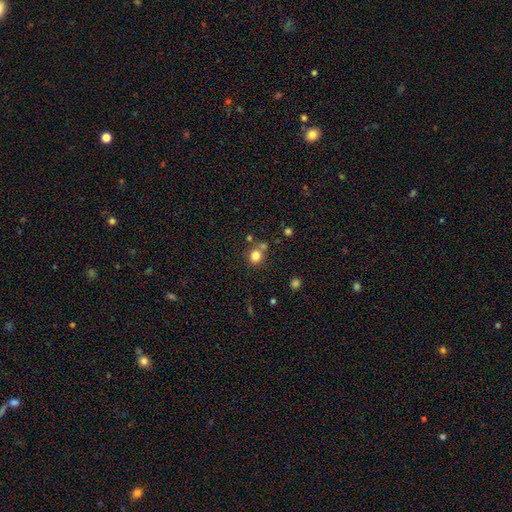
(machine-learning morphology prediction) This is likely a smooth galaxy (80%). How rounded: clearly round (82%). Merging: likely none (68%).